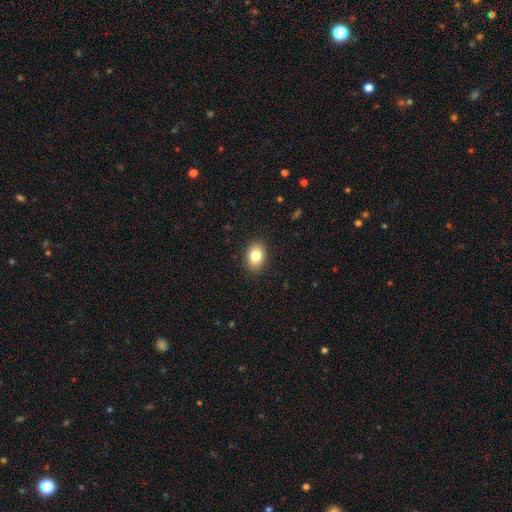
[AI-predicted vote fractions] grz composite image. It shows a smooth galaxy with no disk features (83%) that is in between round and cigar-shaped (76%). Merging: none (89%).